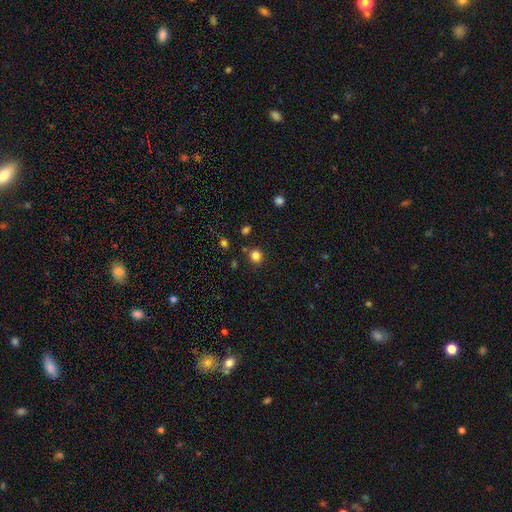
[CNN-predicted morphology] type=smooth (82%); roundness=round (89%); merging=none (84%).